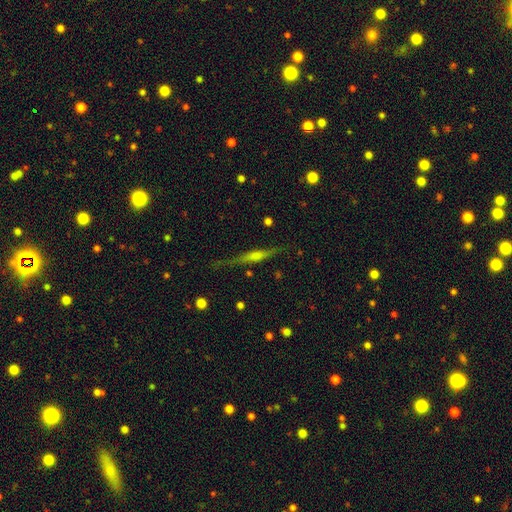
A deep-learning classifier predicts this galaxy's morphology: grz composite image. It shows a featured or disk galaxy (65%) viewed edge-on (96%) with a rounded central bulge (59%). Merging: none (76%).